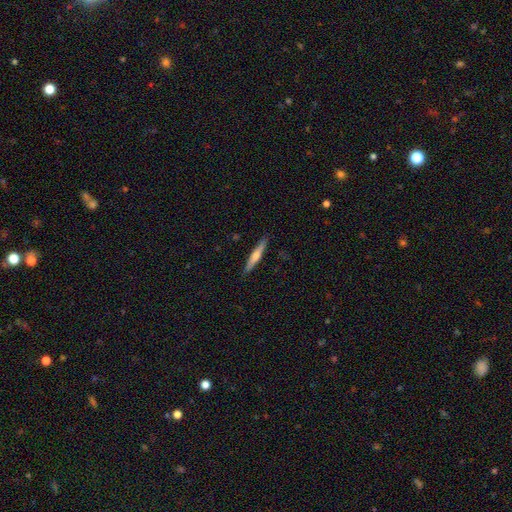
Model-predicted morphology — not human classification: Overall: smooth (50%; featured or disk 44%). How rounded: cigar-shaped (94%). Merging: none (90%).